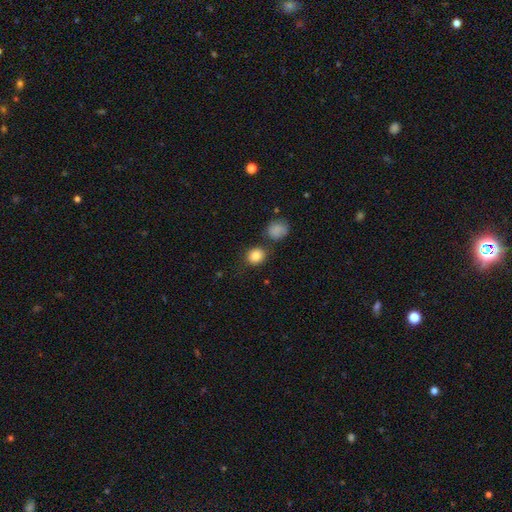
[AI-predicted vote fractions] smooth-or-featured: smooth: 85% | star or artifact: 10% | featured or disk: 5%
  how-rounded: round: 76% | in between: 23% | cigar-shaped: 1%
  merging: none: 74% | minor disturbance: 11% | merger: 11% | major disturbance: 4%